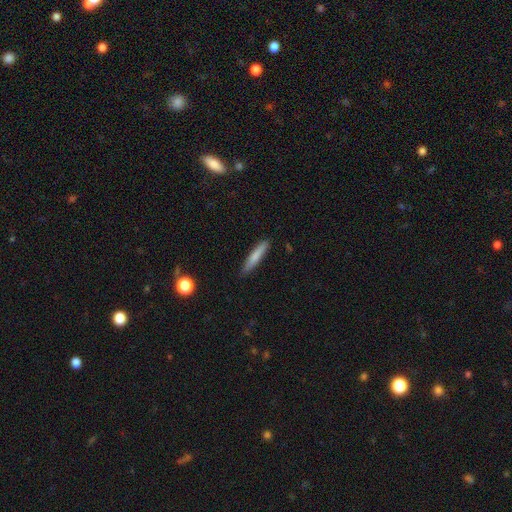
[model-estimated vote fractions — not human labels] Smooth or featured? Predicted: smooth (p=0.78). How rounded? Predicted: cigar-shaped (p=0.91). Merging? Predicted: none (p=0.86).